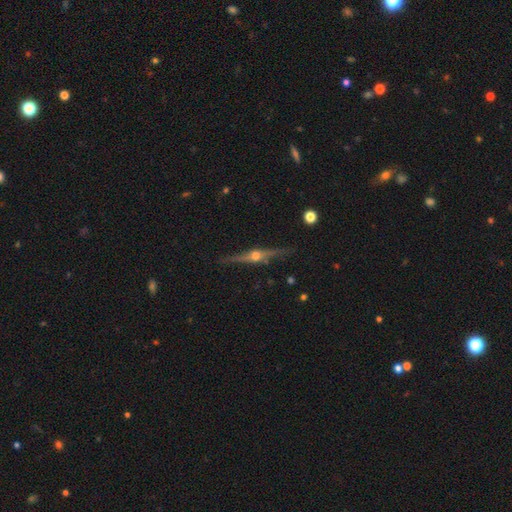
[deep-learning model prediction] Q: Smooth or featured?
A: featured or disk (85%); runner-up: smooth (9%)
Q: Edge-on disk?
A: yes (98%); runner-up: no (2%)
Q: Edge-on bulge?
A: rounded (95%); runner-up: boxy (3%)
Q: Merging?
A: none (88%); runner-up: minor disturbance (8%)